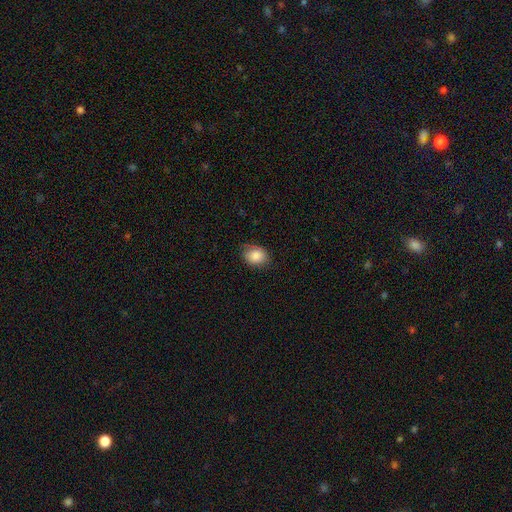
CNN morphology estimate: smooth 86%, star or artifact 8%, featured or disk 7%. Down the decision tree: how rounded — in between (64%); merging — none (73%).